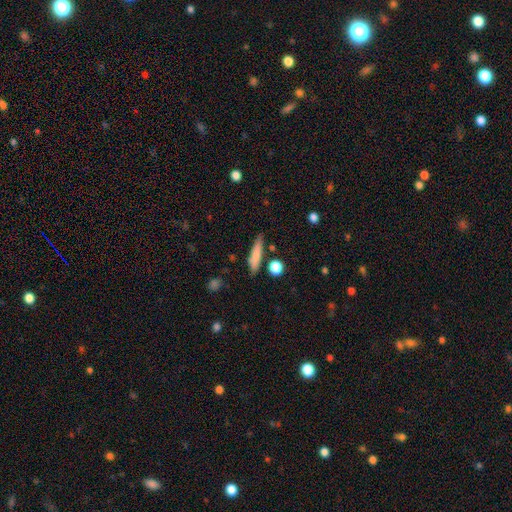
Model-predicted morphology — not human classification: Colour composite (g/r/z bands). It shows a smooth galaxy with no disk features (78%) that is cigar-shaped (81%). Merging: none (79%).